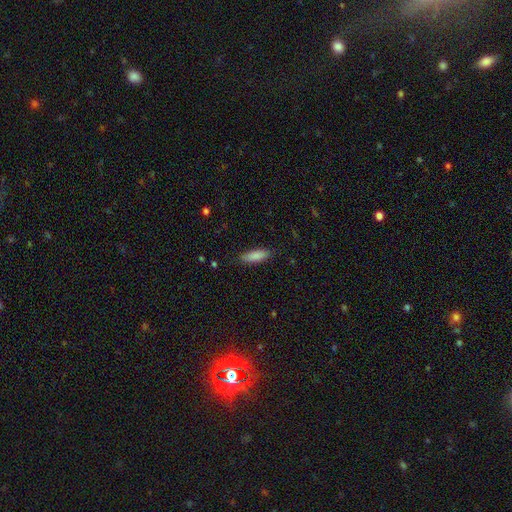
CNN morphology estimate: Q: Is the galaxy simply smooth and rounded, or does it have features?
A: smooth — 87%.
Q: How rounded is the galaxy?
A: in between — 56%.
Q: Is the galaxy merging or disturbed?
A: none — 85%.